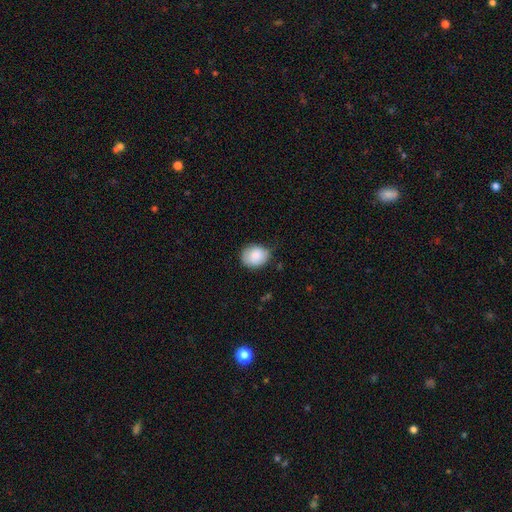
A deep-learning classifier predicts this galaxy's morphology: The model was most divided on "how rounded": round: 56%, in between: 43%, cigar-shaped: 1%. More confident: smooth or featured — smooth (85%); merging — none (64%).